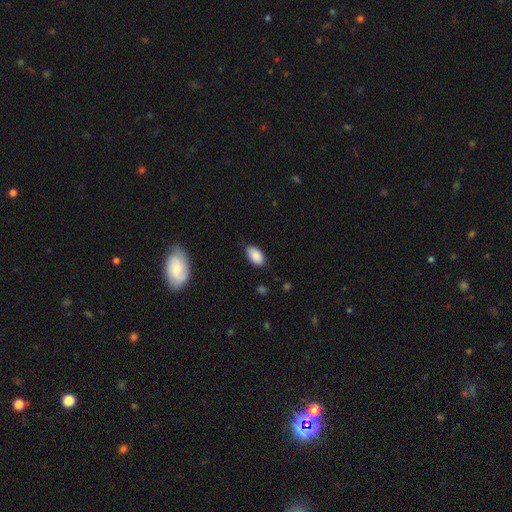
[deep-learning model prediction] Smooth or featured? smooth (88%)
How rounded? in between (94%)
Merging? none (76%)